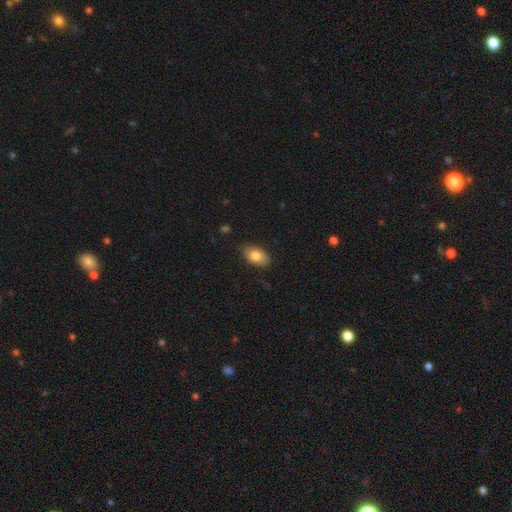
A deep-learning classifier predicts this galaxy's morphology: smooth-or-featured: smooth: 83% | featured or disk: 11% | star or artifact: 7%
  how-rounded: in between: 92% | round: 6% | cigar-shaped: 2%
  merging: none: 83% | minor disturbance: 13% | major disturbance: 3% | merger: 1%